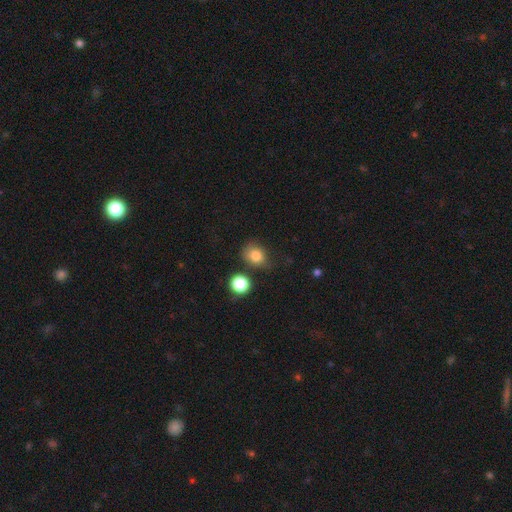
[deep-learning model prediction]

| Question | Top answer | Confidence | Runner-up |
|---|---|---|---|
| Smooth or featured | smooth | 81% | star or artifact (12%) |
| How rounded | round | 63% | in between (36%) |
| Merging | none | 63% | minor disturbance (22%) |